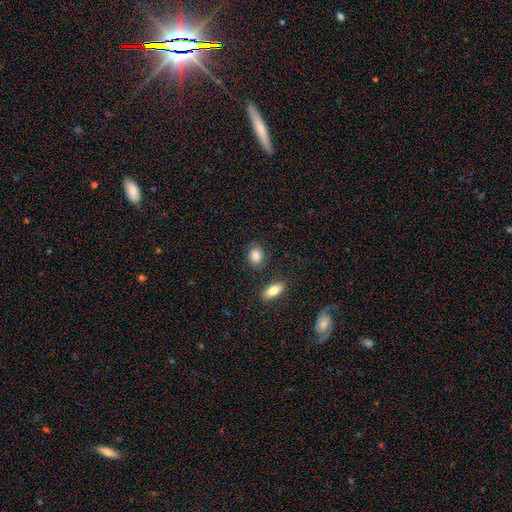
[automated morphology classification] Q: Smooth or featured?
A: smooth (84%); runner-up: featured or disk (9%)
Q: How rounded?
A: round (50%); runner-up: in between (48%)
Q: Merging?
A: none (79%); runner-up: minor disturbance (13%)